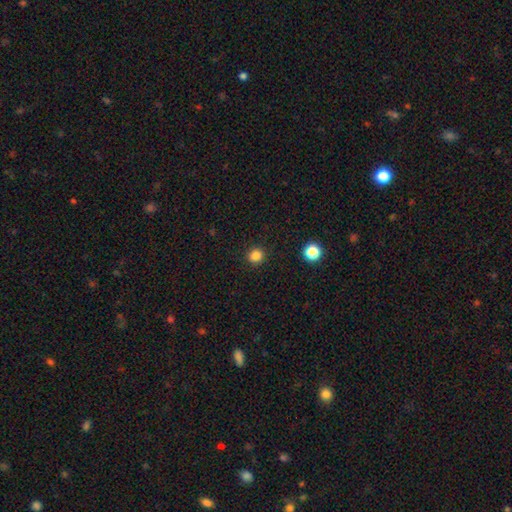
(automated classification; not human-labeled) smooth-or-featured: smooth: 84% | star or artifact: 13% | featured or disk: 3%
  how-rounded: round: 89% | in between: 11% | cigar-shaped: 1%
  merging: none: 91% | minor disturbance: 6% | major disturbance: 2% | merger: 1%